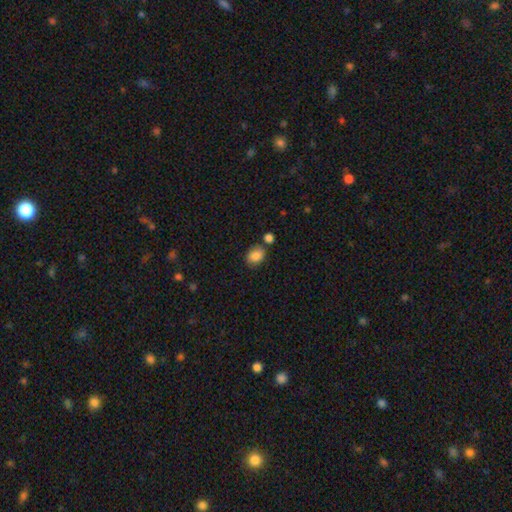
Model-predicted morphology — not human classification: Overall: smooth (86%). How rounded: in between (62%; round 37%). Merging: none (68%).